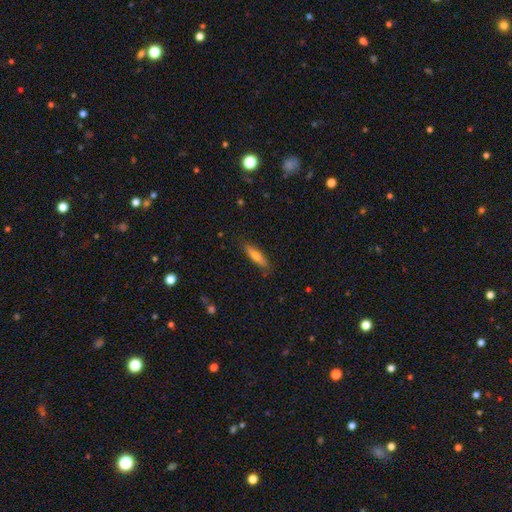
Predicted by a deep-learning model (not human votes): A smooth galaxy with no disk features (64%) that is cigar-shaped (72%).

Vote fractions:
- Smooth or featured? smooth: 64% / featured or disk: 29% / star or artifact: 7%
- How rounded? cigar-shaped: 72% / in between: 26% / round: 2%
- Merging? none: 84% / minor disturbance: 13% / major disturbance: 2% / merger: 1%